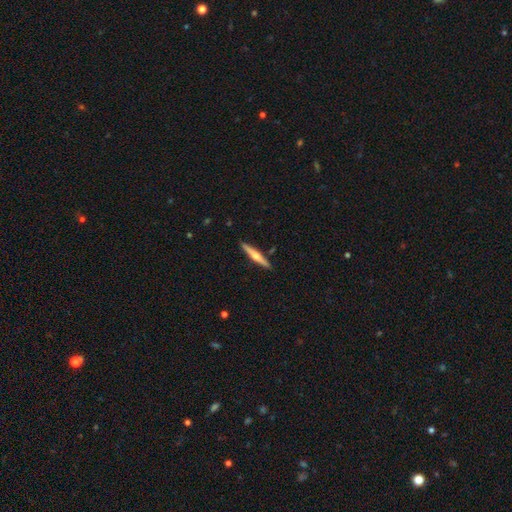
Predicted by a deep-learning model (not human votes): Overall: featured or disk (57%; smooth 38%). Edge-on disk: yes (97%). Edge-on bulge: rounded (85%). Merging: none (90%).